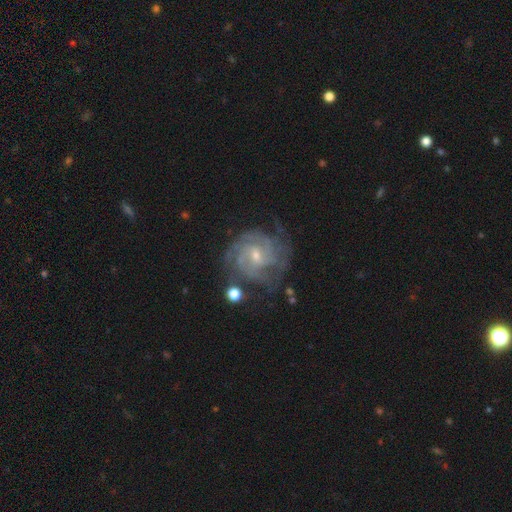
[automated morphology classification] type=featured or disk (87%); edge-on=no (98%); bar=weak (50%); spiral arms=yes (96%); winding=tight (64%); arm count=can't tell (29%); bulge=small (61%); merging=none (68%).